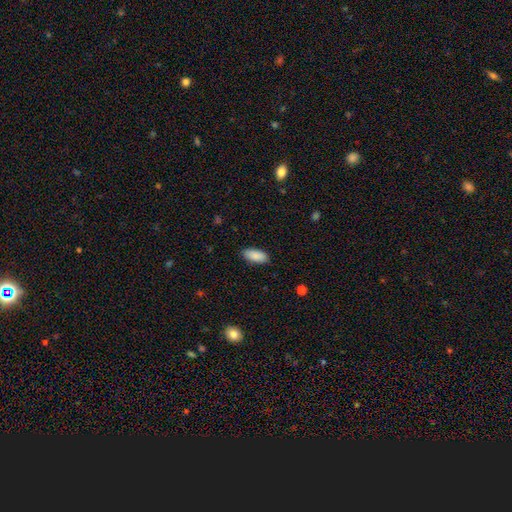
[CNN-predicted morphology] Smooth or featured? smooth (89%)
How rounded? in between (90%)
Merging? none (88%)